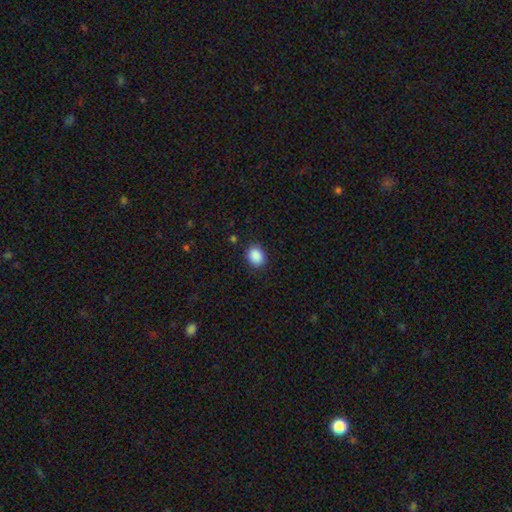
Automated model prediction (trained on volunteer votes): smooth 89%, star or artifact 8%, featured or disk 3%. Down the decision tree: how rounded — in between (50%); merging — none (88%).